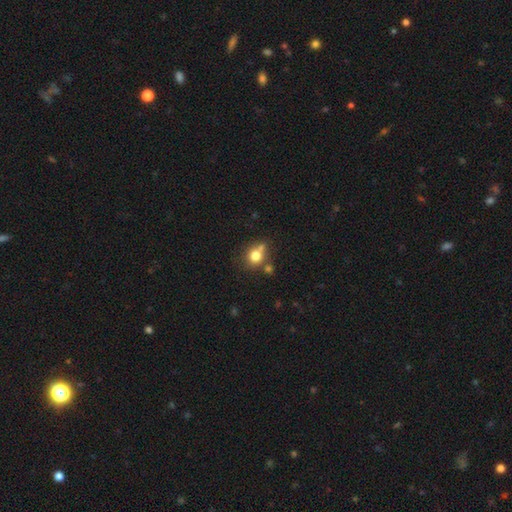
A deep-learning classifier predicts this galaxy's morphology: smooth-or-featured: smooth: 76% | star or artifact: 12% | featured or disk: 12%
  how-rounded: round: 79% | in between: 20% | cigar-shaped: 1%
  merging: none: 53% | merger: 28% | minor disturbance: 14% | major disturbance: 5%